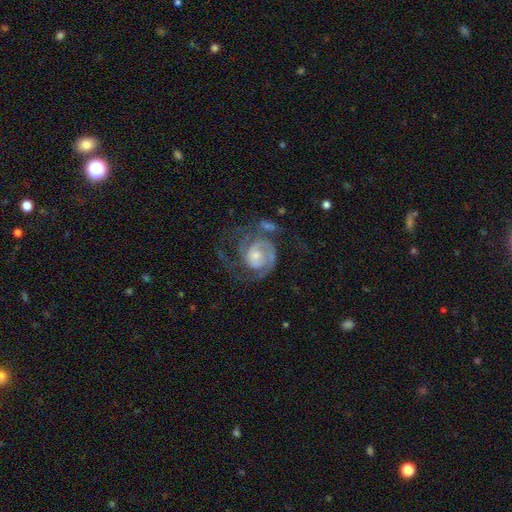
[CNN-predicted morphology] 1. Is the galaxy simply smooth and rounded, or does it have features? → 87% featured or disk, 7% smooth, 5% star or artifact.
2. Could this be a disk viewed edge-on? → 98% no, 2% yes.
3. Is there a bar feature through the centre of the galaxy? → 69% no, 26% weak, 5% strong.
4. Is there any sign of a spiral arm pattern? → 96% yes, 4% no.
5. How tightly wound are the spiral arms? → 56% tight, 34% medium, 10% loose.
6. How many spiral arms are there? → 54% 2, 14% can't tell, 13% 1, 12% 3, 3% 4, 3% more than 4.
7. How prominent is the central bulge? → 52% small, 39% moderate, 4% large, 3% none, 1% dominant.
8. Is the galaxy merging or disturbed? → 48% none, 27% major disturbance, 18% minor disturbance, 7% merger.